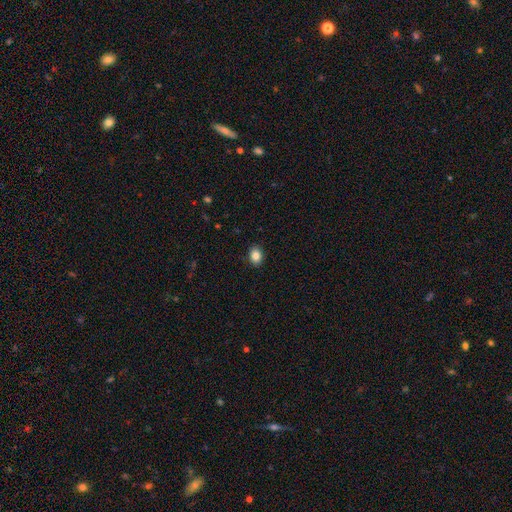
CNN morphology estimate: This appears to be a smooth galaxy with no disk features (86%) that is in between round and cigar-shaped (59%). Merging: none (90%).